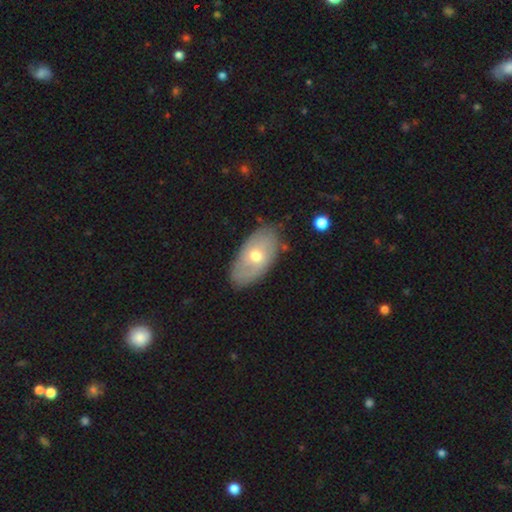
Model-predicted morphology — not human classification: Smooth or featured? smooth (49%)
Merging? none (79%)